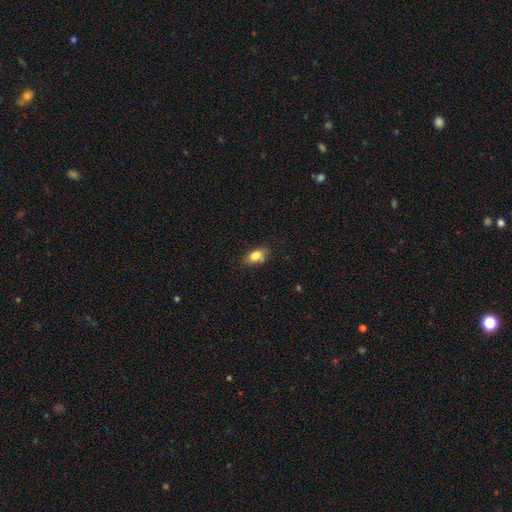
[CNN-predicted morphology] smooth 80%, featured or disk 11%, star or artifact 9%. Down the decision tree: how rounded — in between (83%); merging — none (68%).